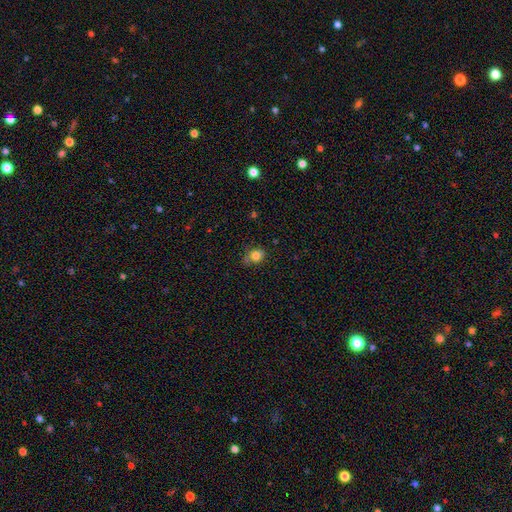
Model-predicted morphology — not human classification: A smooth galaxy with no disk features (79%) that is round (63%). Merging: none (60%).